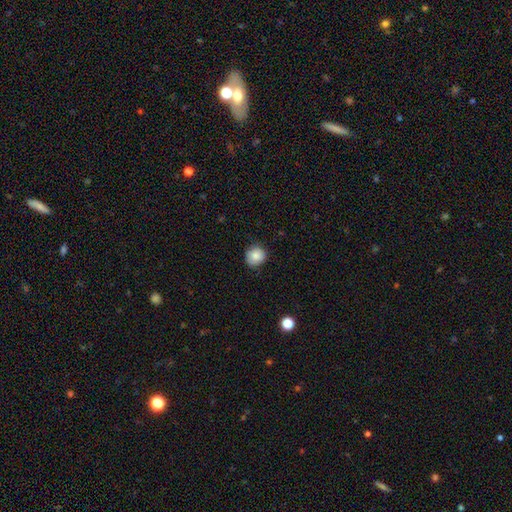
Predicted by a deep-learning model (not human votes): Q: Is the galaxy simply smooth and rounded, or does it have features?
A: smooth — 85%.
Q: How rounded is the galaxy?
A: round — 85%.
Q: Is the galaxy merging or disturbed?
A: none — 81%.